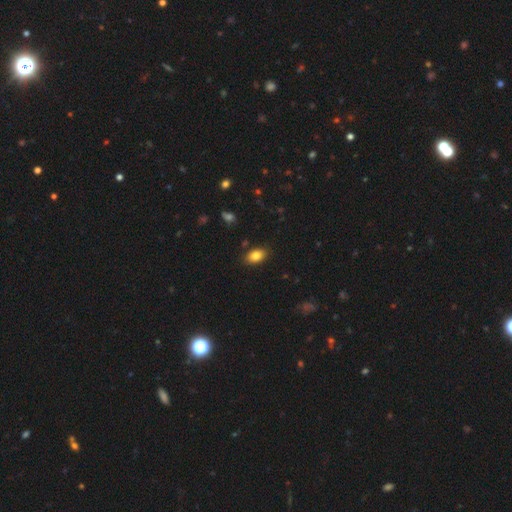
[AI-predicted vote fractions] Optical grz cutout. It shows a smooth galaxy with no disk features (84%) that is in between round and cigar-shaped (88%). Merging: none (87%).